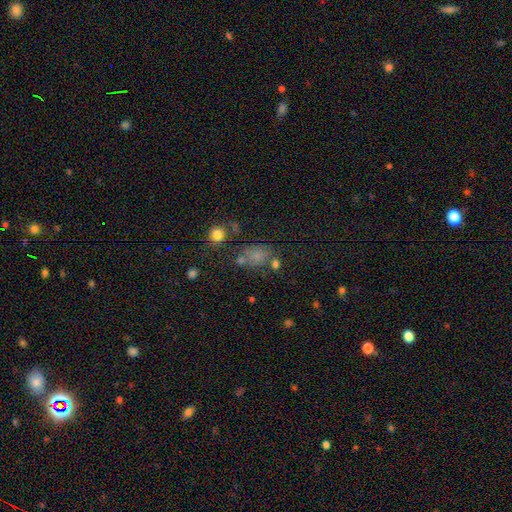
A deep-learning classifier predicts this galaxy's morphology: This appears to be a smooth galaxy with no disk features (68%) that is in between round and cigar-shaped (62%). Merging: none (47%).